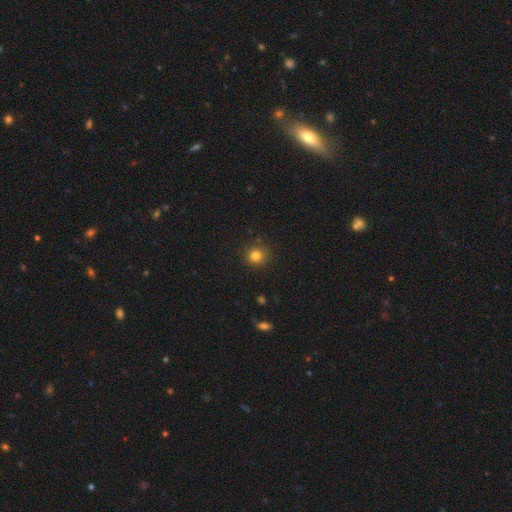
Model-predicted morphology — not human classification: A smooth galaxy with no disk features (81%) that is round (93%).

Vote fractions:
- Smooth or featured? smooth: 81% / star or artifact: 13% / featured or disk: 6%
- How rounded? round: 93% / in between: 6% / cigar-shaped: 1%
- Merging? none: 90% / minor disturbance: 7% / major disturbance: 2% / merger: 1%